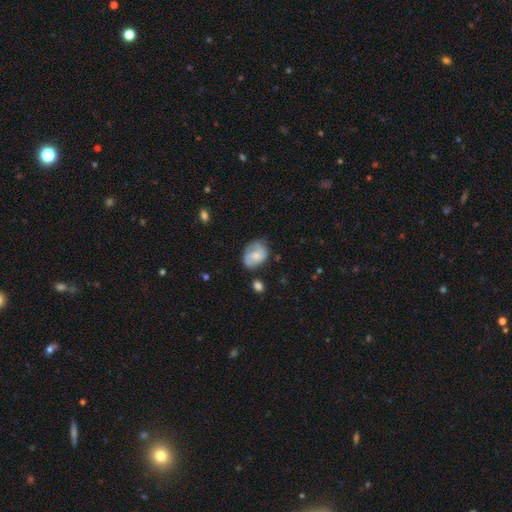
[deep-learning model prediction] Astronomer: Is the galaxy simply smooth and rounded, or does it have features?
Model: featured or disk — 51% (runner-up: smooth, 42%).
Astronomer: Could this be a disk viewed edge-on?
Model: no — 97%.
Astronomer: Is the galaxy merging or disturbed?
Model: none — 55% (runner-up: minor disturbance, 30%).